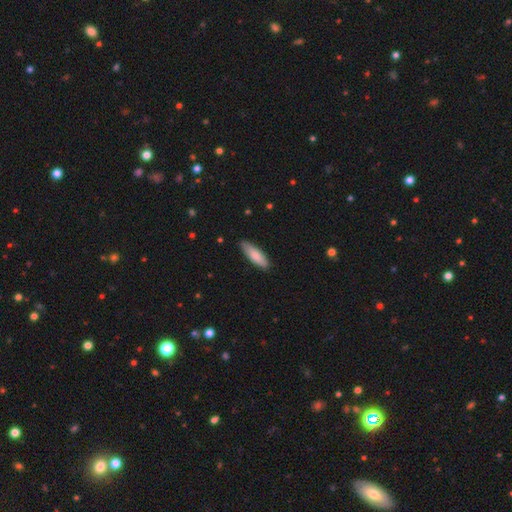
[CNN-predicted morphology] type=smooth (82%); roundness=cigar-shaped (54%); merging=none (85%).